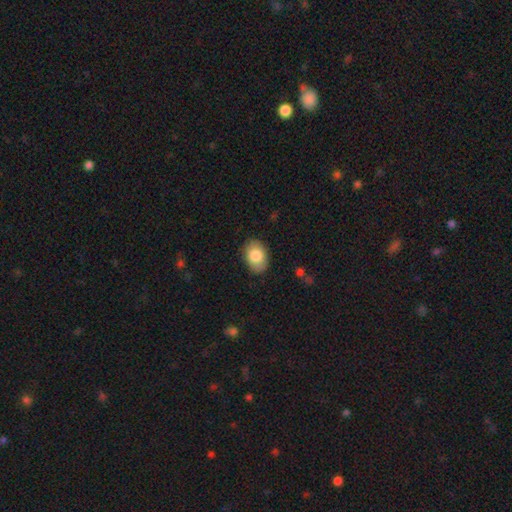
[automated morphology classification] Smooth or featured? Predicted: smooth (p=0.83). How rounded? Predicted: in between (p=0.82). Merging? Predicted: none (p=0.86).